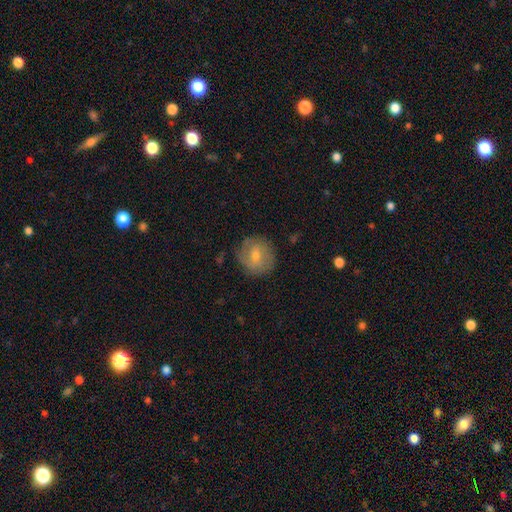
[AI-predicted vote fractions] This appears to be a smooth galaxy with no disk features (47%). Merging: none (81%).